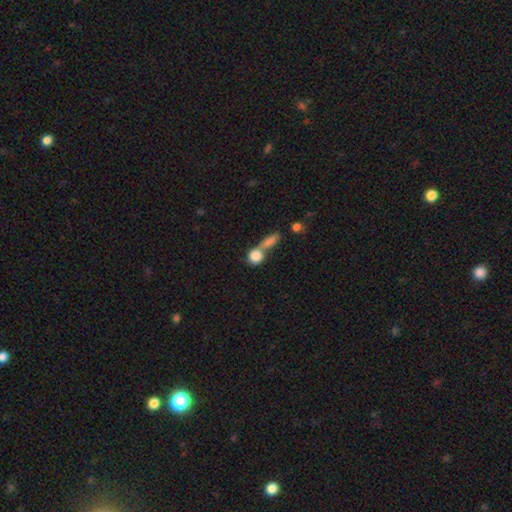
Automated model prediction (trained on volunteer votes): Smooth or featured?
  - smooth: 82% *
  - featured or disk: 10%
  - star or artifact: 8%
How rounded?
  - round: 76% *
  - in between: 19%
  - cigar-shaped: 5%
Merging?
  - merger: 52% *
  - none: 34%
  - minor disturbance: 8%
  - major disturbance: 5%